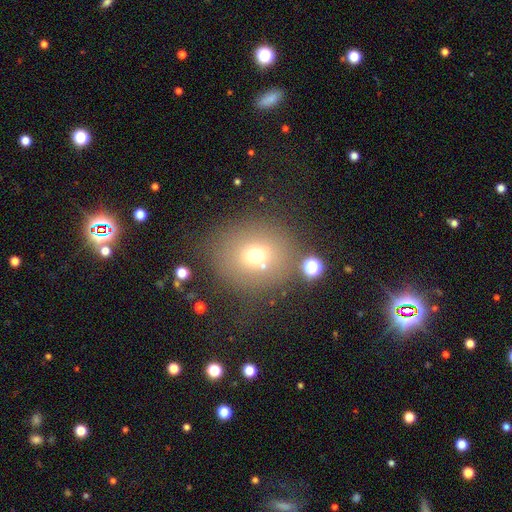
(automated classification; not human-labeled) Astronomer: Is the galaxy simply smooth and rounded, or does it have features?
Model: smooth — 67%.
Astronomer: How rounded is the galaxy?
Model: round — 84%.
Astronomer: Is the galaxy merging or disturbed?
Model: none — 70%.